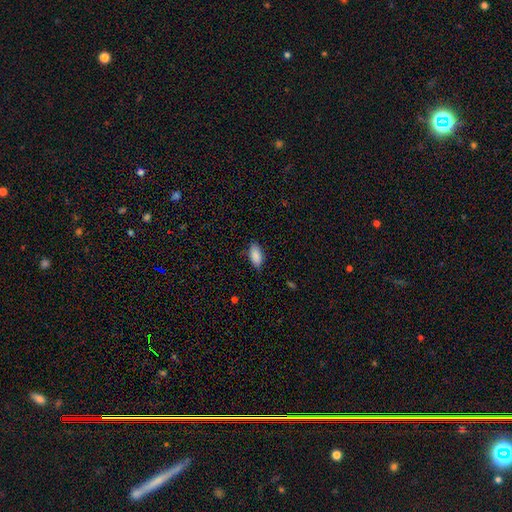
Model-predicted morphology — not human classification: Smooth or featured? smooth (88%)
How rounded? in between (91%)
Merging? none (80%)